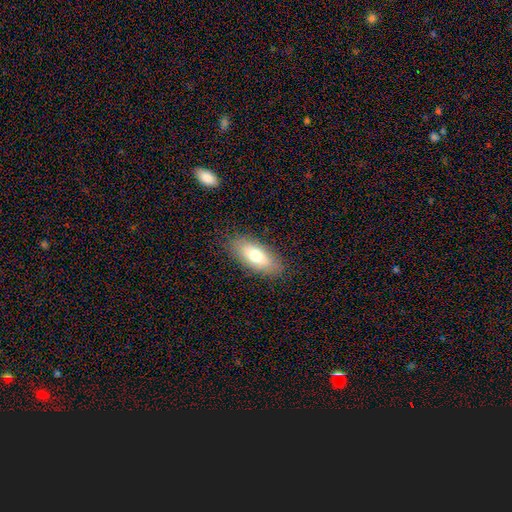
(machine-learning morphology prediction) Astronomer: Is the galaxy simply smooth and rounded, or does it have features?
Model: smooth — 72%.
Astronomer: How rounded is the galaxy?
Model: in between — 79%.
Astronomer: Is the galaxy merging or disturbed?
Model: none — 86%.